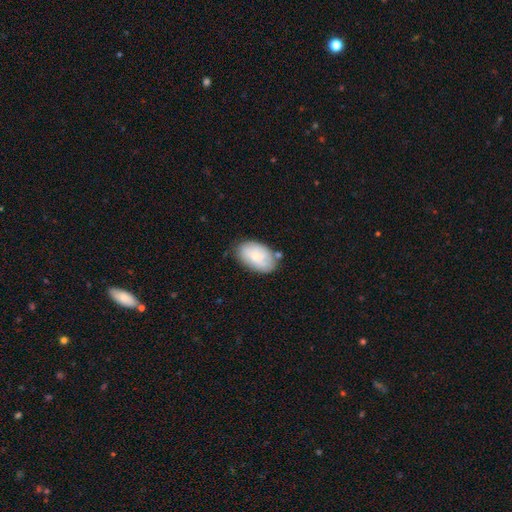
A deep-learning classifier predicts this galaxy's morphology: type=smooth (67%); roundness=in between (91%); merging=none (69%).